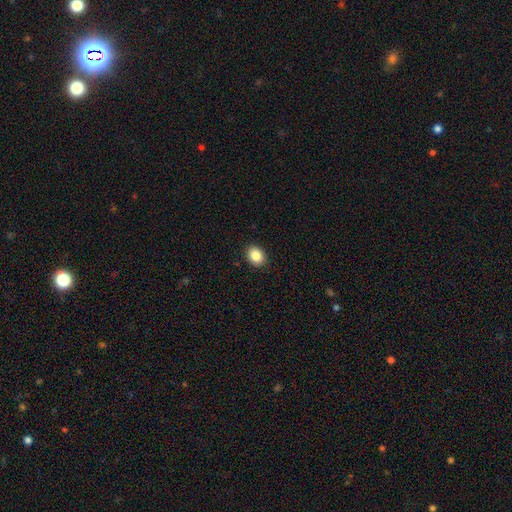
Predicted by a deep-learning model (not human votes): Overall: smooth (86%). How rounded: in between (58%; round 42%). Merging: none (91%).